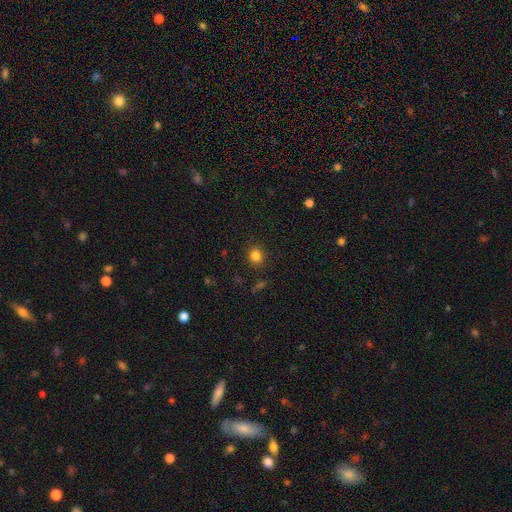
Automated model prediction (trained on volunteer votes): This is clearly a smooth galaxy (83%). How rounded: clearly round (80%). Merging: clearly none (87%).